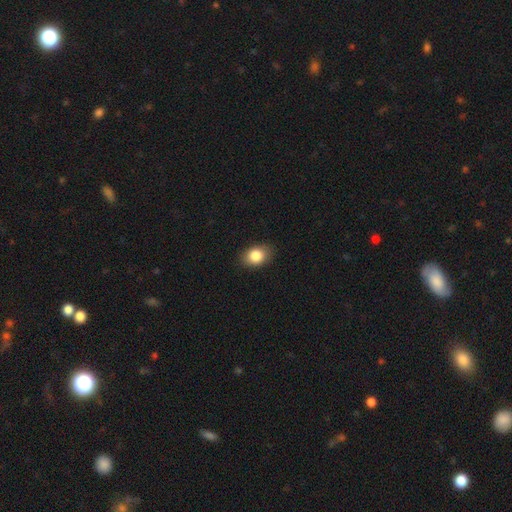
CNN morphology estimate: Q: Smooth or featured?
A: smooth (84%); runner-up: star or artifact (9%)
Q: How rounded?
A: in between (74%); runner-up: round (25%)
Q: Merging?
A: none (86%); runner-up: minor disturbance (10%)